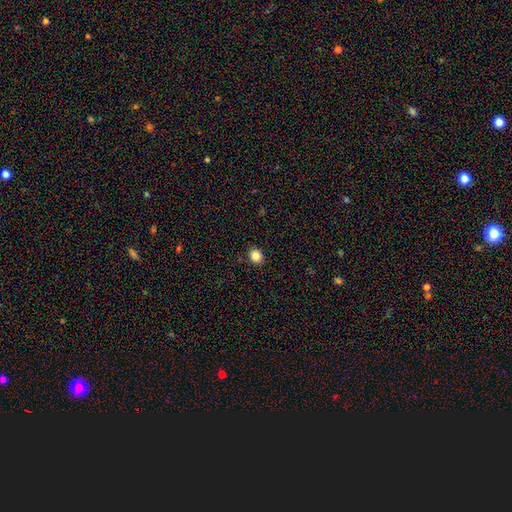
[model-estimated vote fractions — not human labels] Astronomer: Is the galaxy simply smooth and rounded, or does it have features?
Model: smooth — 85%.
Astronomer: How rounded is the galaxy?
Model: round — 65%.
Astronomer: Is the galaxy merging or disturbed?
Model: none — 91%.